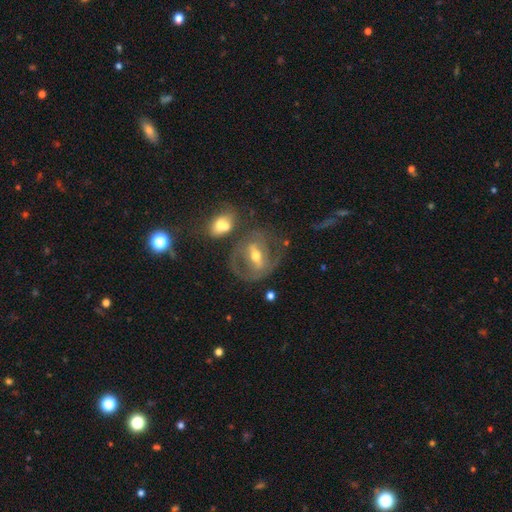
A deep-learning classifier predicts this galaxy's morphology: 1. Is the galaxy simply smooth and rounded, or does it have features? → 75% featured or disk, 16% smooth, 9% star or artifact.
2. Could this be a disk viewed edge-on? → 92% no, 8% yes.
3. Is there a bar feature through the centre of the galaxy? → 48% strong, 34% weak, 18% no.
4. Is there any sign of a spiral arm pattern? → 65% yes, 35% no.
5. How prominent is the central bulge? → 62% moderate, 31% small, 4% large, 2% none, 1% dominant.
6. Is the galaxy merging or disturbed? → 47% none, 18% merger, 18% minor disturbance, 17% major disturbance.